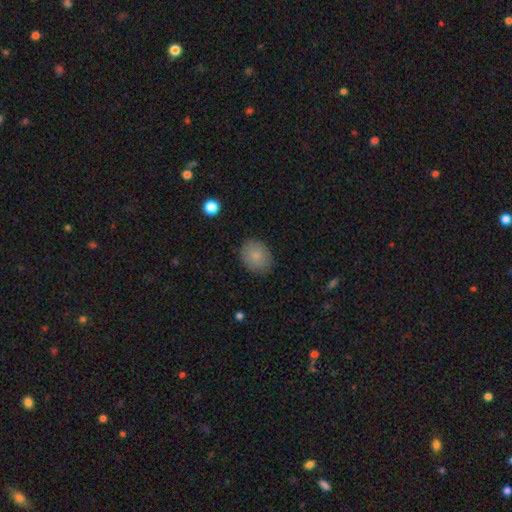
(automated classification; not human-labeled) Smooth or featured: smooth — 81% (featured or disk — 11%)
How rounded: in between — 51% (round — 48%)
Merging: none — 85% (minor disturbance — 11%)